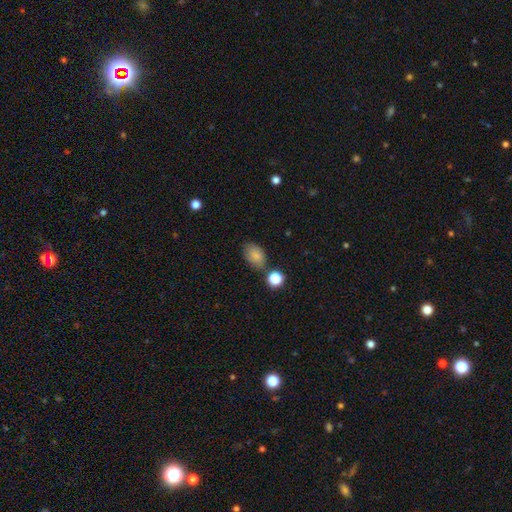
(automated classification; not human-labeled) smooth-or-featured: smooth: 82% | star or artifact: 10% | featured or disk: 8%
  how-rounded: in between: 83% | round: 15% | cigar-shaped: 1%
  merging: none: 66% | minor disturbance: 20% | merger: 8% | major disturbance: 5%